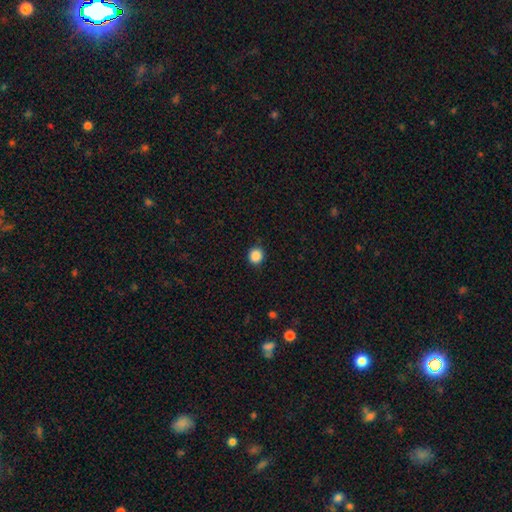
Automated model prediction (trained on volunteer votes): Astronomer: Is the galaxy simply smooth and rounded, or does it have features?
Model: smooth — 87%.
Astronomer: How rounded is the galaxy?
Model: round — 89%.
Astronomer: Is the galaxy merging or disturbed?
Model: none — 90%.